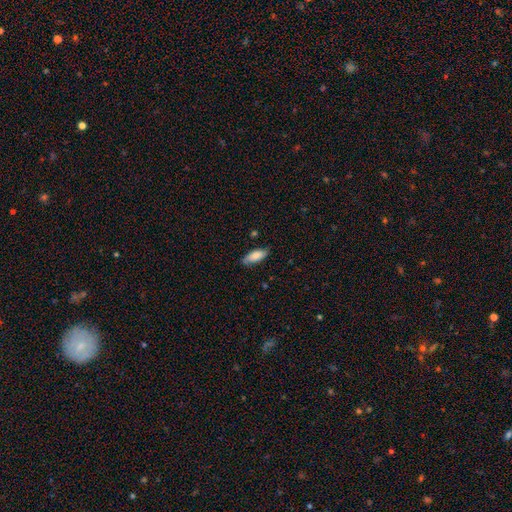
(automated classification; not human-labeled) Morphology: type=smooth (81%); roundness=in between (76%); merging=none (75%).